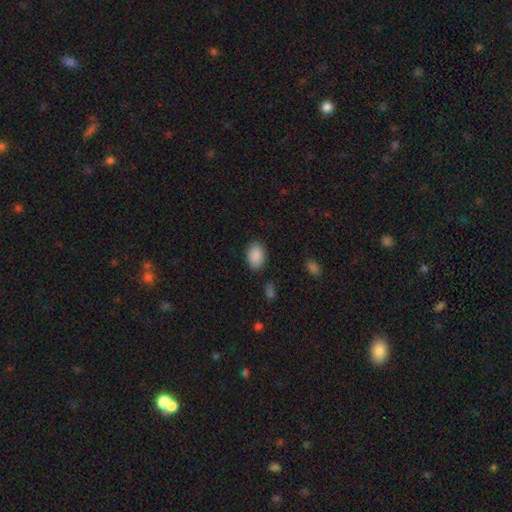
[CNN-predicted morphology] Smooth or featured? Predicted: smooth (p=0.89). How rounded? Predicted: in between (p=0.84). Merging? Predicted: none (p=0.84).